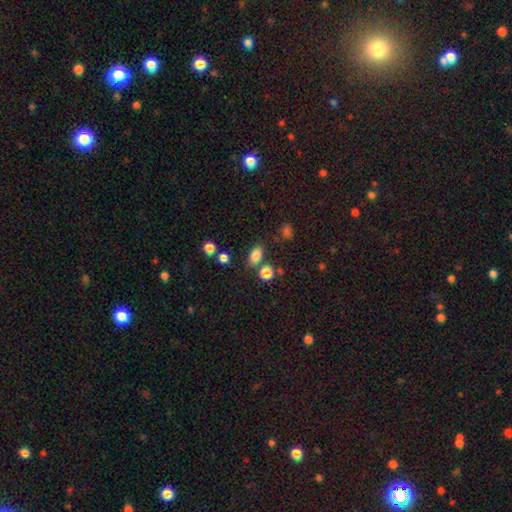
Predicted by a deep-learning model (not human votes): The model was most divided on "merging": none: 74%, minor disturbance: 12%, merger: 9%, major disturbance: 4%. More confident: how rounded — in between (84%); smooth or featured — smooth (83%).